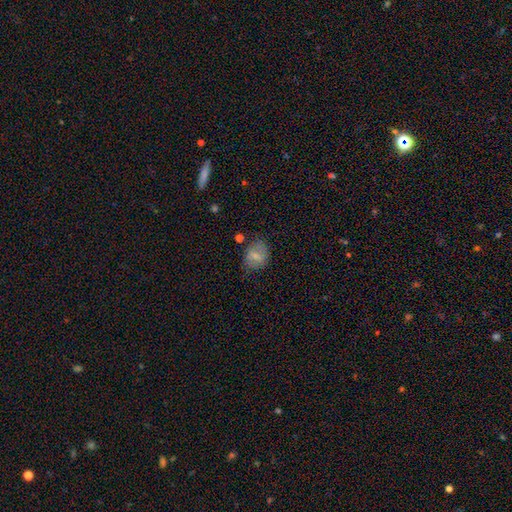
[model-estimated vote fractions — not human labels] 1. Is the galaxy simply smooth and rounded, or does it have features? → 67% smooth, 24% featured or disk, 10% star or artifact.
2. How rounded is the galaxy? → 53% in between, 46% round, 1% cigar-shaped.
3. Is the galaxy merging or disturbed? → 68% none, 21% minor disturbance, 7% major disturbance, 3% merger.